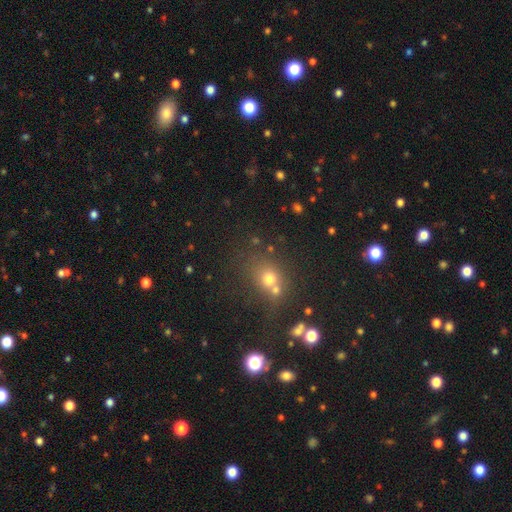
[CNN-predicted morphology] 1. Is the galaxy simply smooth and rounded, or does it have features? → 52% smooth, 39% star or artifact, 9% featured or disk.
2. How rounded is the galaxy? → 59% round, 39% in between, 3% cigar-shaped.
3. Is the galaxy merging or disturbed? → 73% none, 12% minor disturbance, 10% merger, 6% major disturbance.